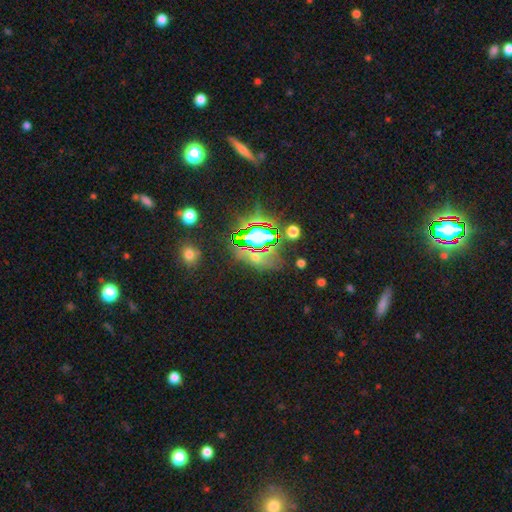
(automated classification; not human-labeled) Overall: star or artifact (69%).